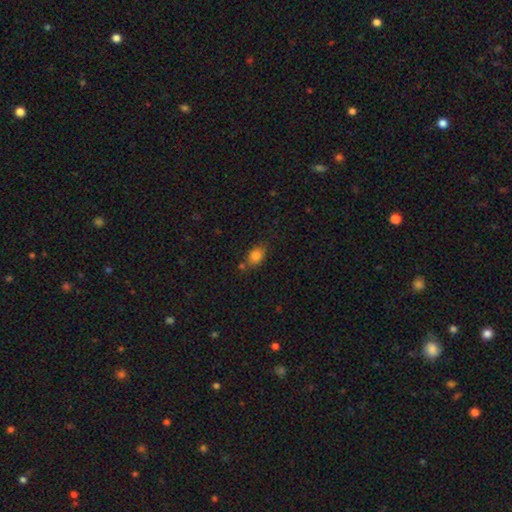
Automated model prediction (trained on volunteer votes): Overall: smooth (84%). How rounded: in between (79%). Merging: none (66%).